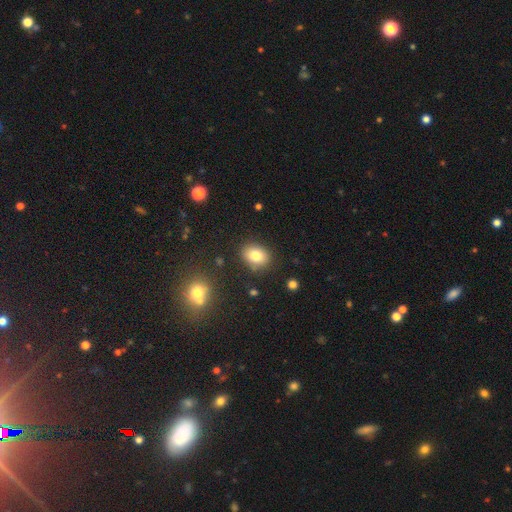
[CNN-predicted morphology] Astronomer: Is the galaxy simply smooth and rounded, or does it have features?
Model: smooth — 81%.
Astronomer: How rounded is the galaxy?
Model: in between — 62% (runner-up: round, 37%).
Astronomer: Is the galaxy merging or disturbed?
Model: none — 83%.